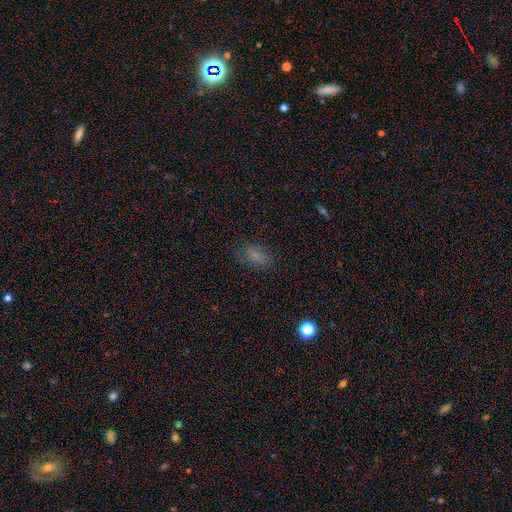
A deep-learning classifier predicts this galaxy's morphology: smooth 71%, star or artifact 19%, featured or disk 10%. Down the decision tree: how rounded — in between (82%); merging — none (74%).